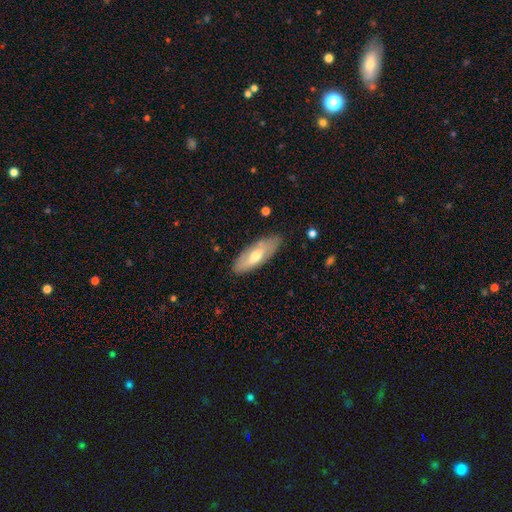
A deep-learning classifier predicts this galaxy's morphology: This appears to be a smooth galaxy with no disk features (54%) that is in between round and cigar-shaped (69%). Merging: none (82%).